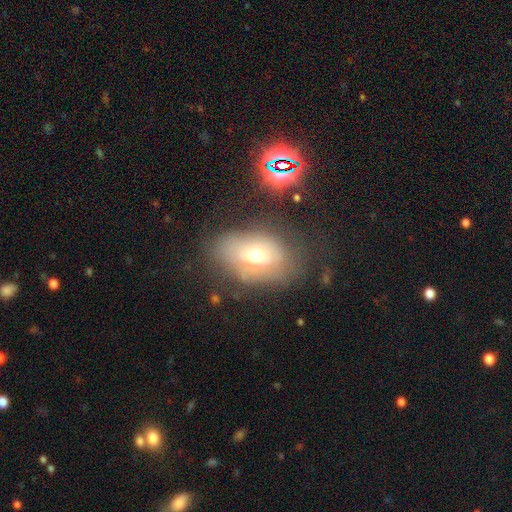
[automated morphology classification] smooth_or_featured: smooth (p=0.42) [alt: featured or disk p=0.41]
merging: none (p=0.63) [alt: minor disturbance p=0.23]